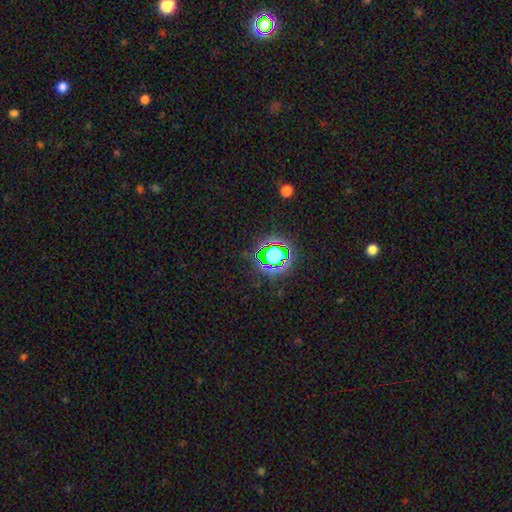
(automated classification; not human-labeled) smooth_or_featured: star or artifact (p=0.77) [alt: smooth p=0.15]